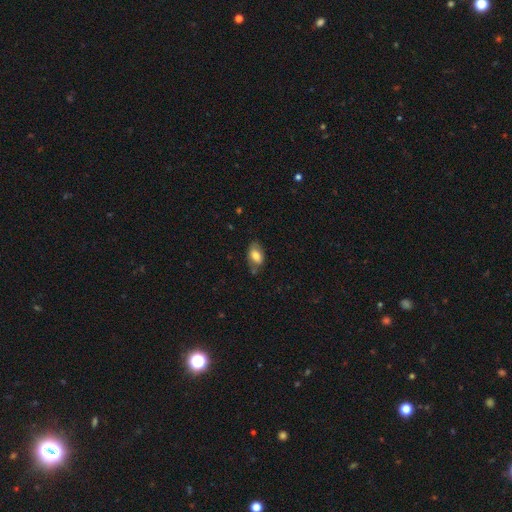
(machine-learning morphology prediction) Overall: smooth (72%). How rounded: in between (91%). Merging: none (65%).